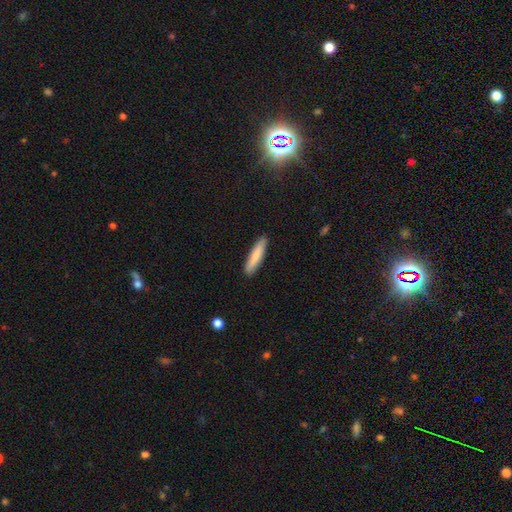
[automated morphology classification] Smooth or featured? Predicted: smooth (p=0.80). How rounded? Predicted: cigar-shaped (p=0.84). Merging? Predicted: none (p=0.89).